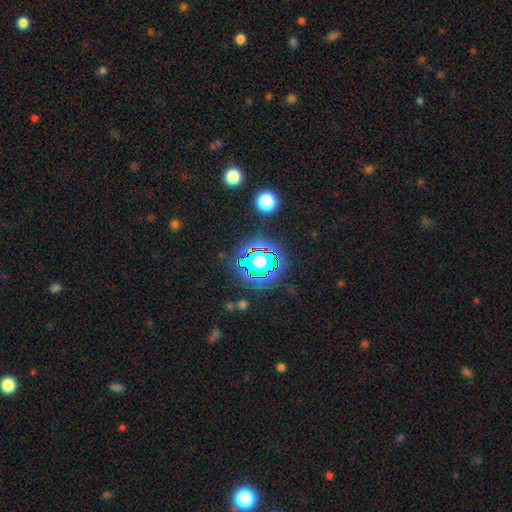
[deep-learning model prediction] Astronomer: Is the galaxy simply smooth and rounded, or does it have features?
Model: star or artifact — 74%.